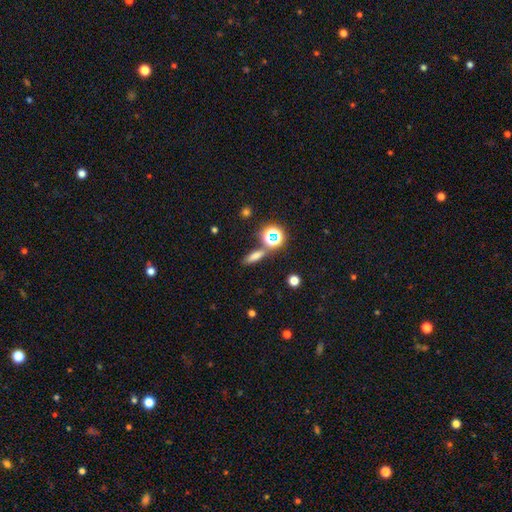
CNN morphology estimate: A smooth galaxy with no disk features (64%) that is cigar-shaped (49%).

Vote fractions:
- Smooth or featured? smooth: 64% / star or artifact: 24% / featured or disk: 13%
- How rounded? cigar-shaped: 49% / in between: 39% / round: 13%
- Merging? none: 76% / minor disturbance: 10% / merger: 10% / major disturbance: 4%